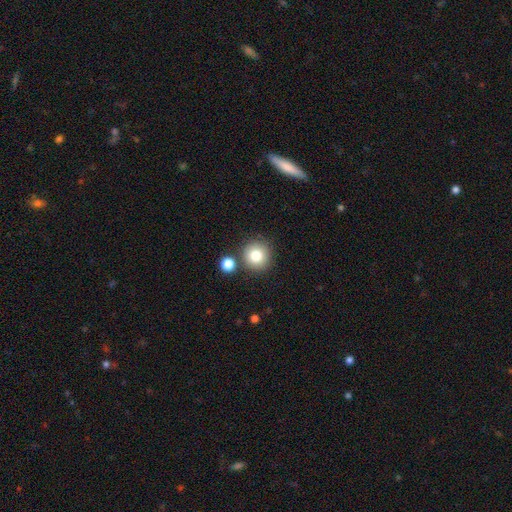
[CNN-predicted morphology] smooth-or-featured: smooth: 81% | star or artifact: 11% | featured or disk: 8%
  how-rounded: round: 93% | in between: 6% | cigar-shaped: 1%
  merging: none: 78% | merger: 11% | minor disturbance: 8% | major disturbance: 3%